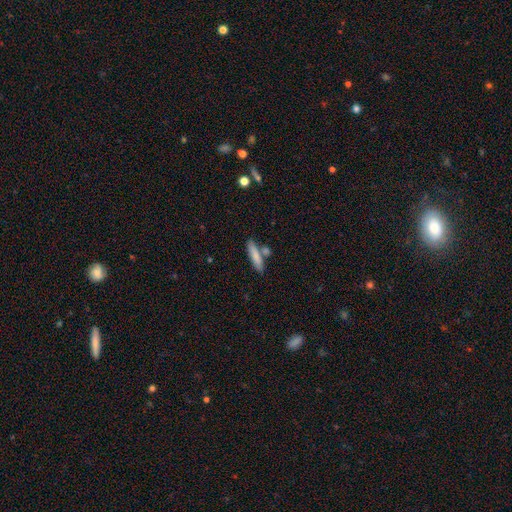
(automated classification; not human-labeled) The model was most divided on "merging": none: 68%, merger: 16%, minor disturbance: 12%, major disturbance: 3%. More confident: smooth or featured — smooth (79%); how rounded — cigar-shaped (76%).